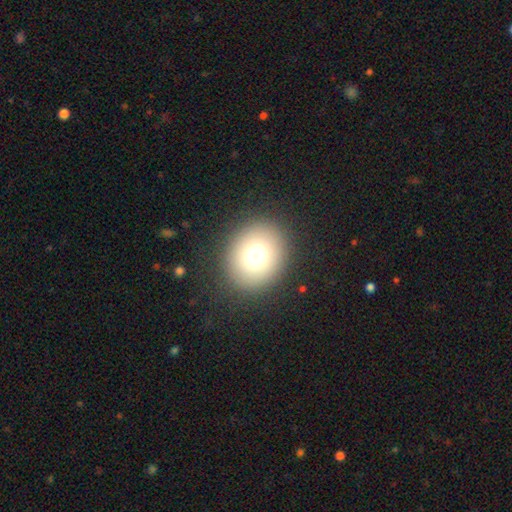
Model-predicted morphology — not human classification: A smooth galaxy with no disk features (74%) that is round (65%).

Vote fractions:
- Smooth or featured? smooth: 74% / star or artifact: 14% / featured or disk: 13%
- How rounded? round: 65% / in between: 34% / cigar-shaped: 1%
- Merging? none: 87% / minor disturbance: 8% / major disturbance: 4% / merger: 1%